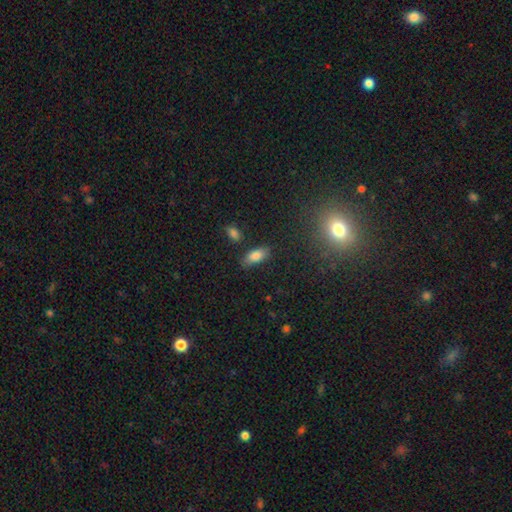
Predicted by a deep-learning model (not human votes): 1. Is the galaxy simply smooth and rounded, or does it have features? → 84% smooth, 9% star or artifact, 7% featured or disk.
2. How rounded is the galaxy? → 89% in between, 8% cigar-shaped, 3% round.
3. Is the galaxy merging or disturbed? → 75% none, 17% minor disturbance, 4% major disturbance, 4% merger.